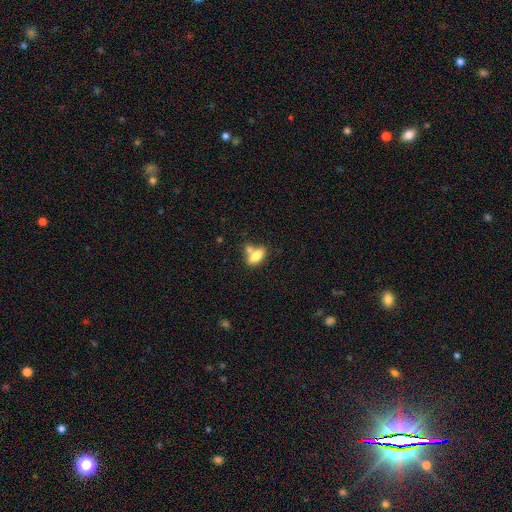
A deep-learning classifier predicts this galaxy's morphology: This is likely a smooth galaxy (79%). How rounded: clearly in between (87%). Merging: possibly none (47%).